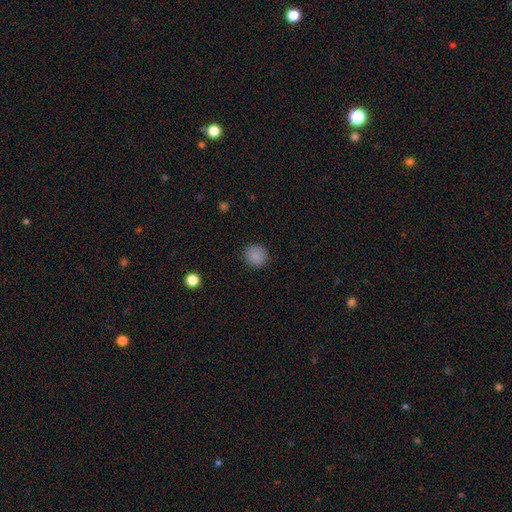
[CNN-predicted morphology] Q: Smooth or featured?
A: smooth (87%); runner-up: star or artifact (10%)
Q: How rounded?
A: round (91%); runner-up: in between (8%)
Q: Merging?
A: none (90%); runner-up: minor disturbance (7%)